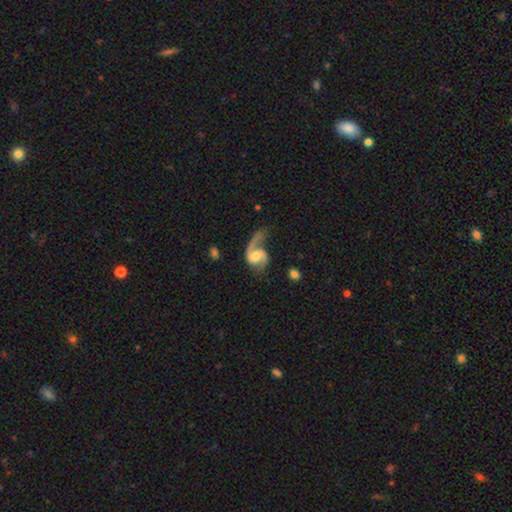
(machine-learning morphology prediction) smooth_or_featured: featured or disk (p=0.84) [alt: smooth p=0.10]
disk_edge_on: no (p=0.98) [alt: yes p=0.02]
bar: no (p=0.47) [alt: weak p=0.42]
has_spiral_arms: yes (p=0.96) [alt: no p=0.04]
spiral_winding: loose (p=0.53) [alt: medium p=0.38]
spiral_arm_count: 2 (p=0.65) [alt: 1 p=0.30]
bulge_size: moderate (p=0.49) [alt: small p=0.33]
merging: none (p=0.42) [alt: major disturbance p=0.32]